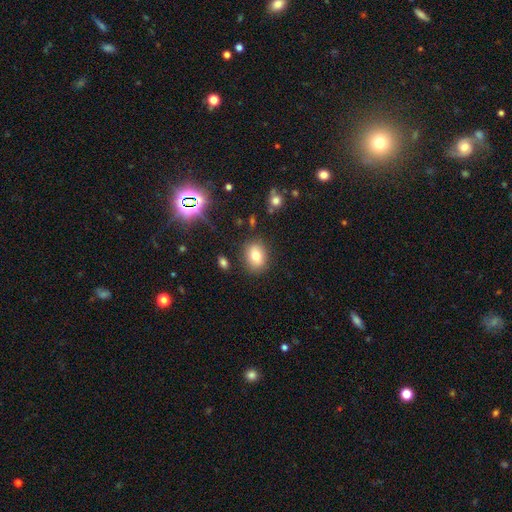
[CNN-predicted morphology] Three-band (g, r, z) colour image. It shows a smooth galaxy with no disk features (77%) that is in between round and cigar-shaped (62%). Merging: none (83%).